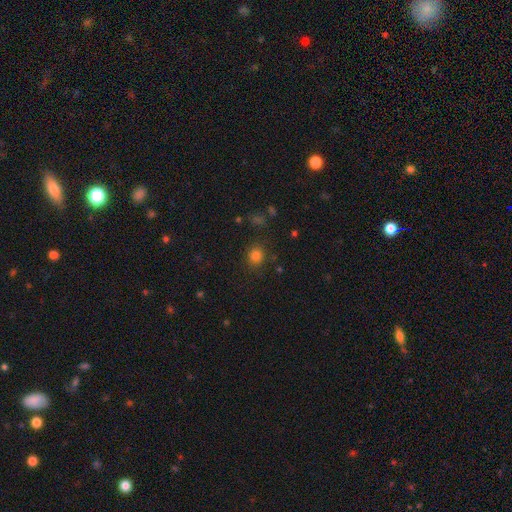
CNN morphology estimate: type=smooth (80%); roundness=round (78%); merging=none (82%).